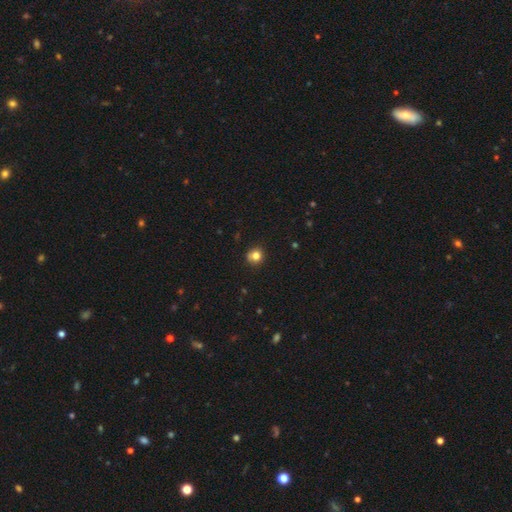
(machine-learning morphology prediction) This appears to be a smooth galaxy with no disk features (80%) that is round (88%). Merging: none (80%).